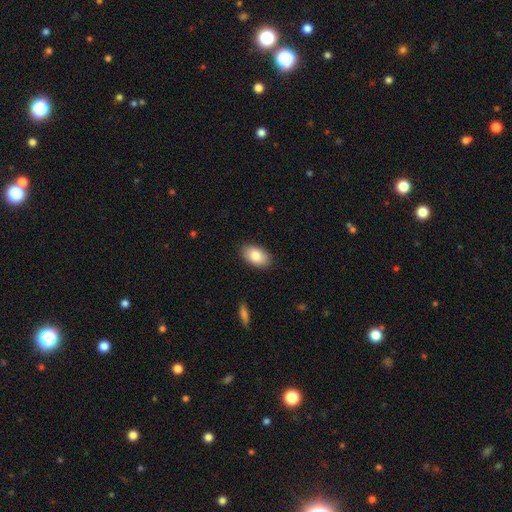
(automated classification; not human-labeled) This appears to be a smooth galaxy with no disk features (84%) that is in between round and cigar-shaped (93%). Merging: none (88%).